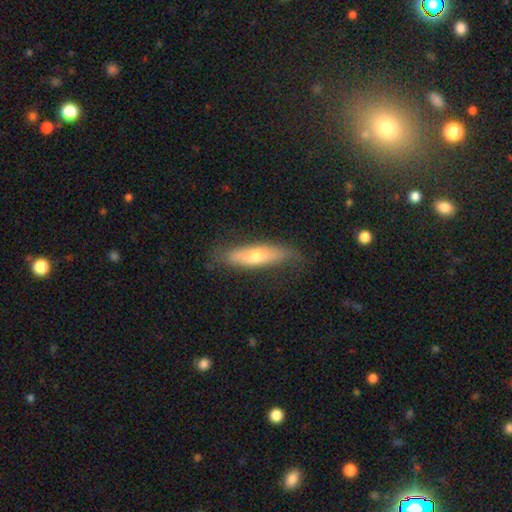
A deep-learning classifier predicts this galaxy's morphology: This is possibly a smooth galaxy (50%). How rounded: likely cigar-shaped (68%). Merging: likely none (72%).